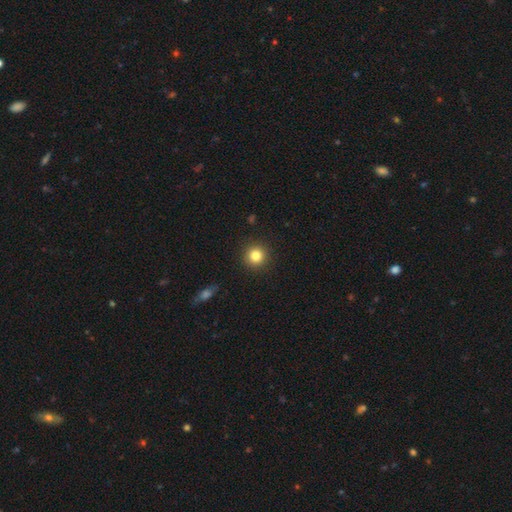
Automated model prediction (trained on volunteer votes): smooth 83%, star or artifact 11%, featured or disk 6%. Down the decision tree: how rounded — round (94%); merging — none (91%).